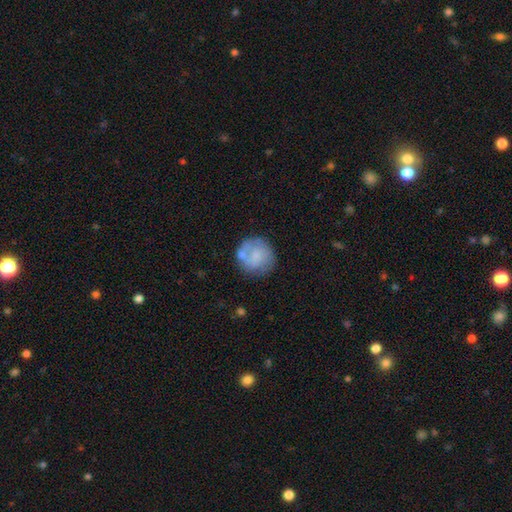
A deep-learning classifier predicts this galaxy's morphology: smooth 60%, featured or disk 33%, star or artifact 8%. Down the decision tree: how rounded — round (89%); merging — none (60%).